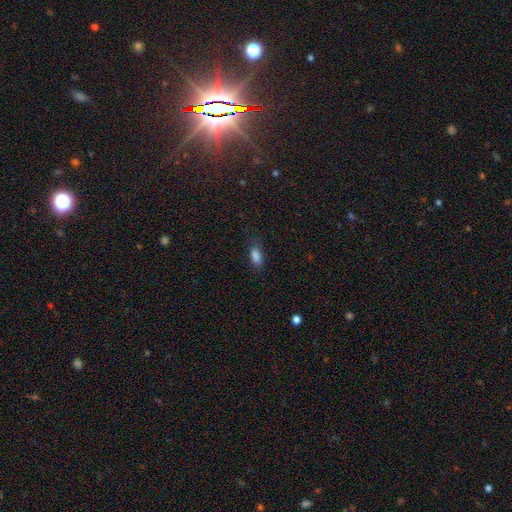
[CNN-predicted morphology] type=smooth (85%); roundness=in between (87%); merging=none (73%).